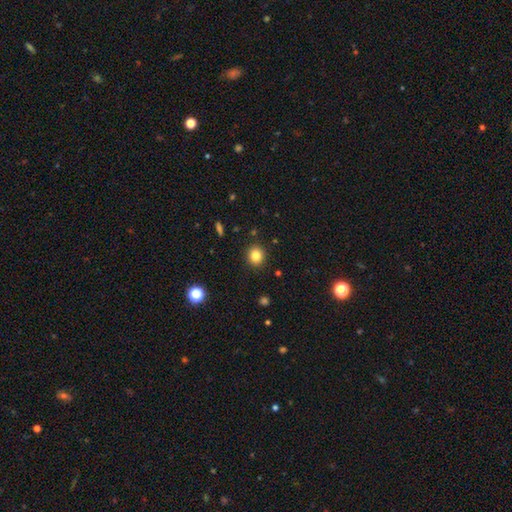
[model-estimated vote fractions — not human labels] Morphology: type=smooth (82%); roundness=round (83%); merging=none (90%).